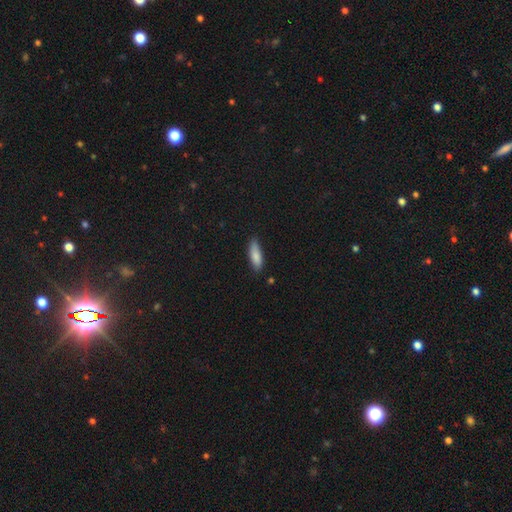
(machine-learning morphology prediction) Smooth or featured: smooth — 85% (featured or disk — 9%)
How rounded: in between — 51% (cigar-shaped — 47%)
Merging: none — 78% (minor disturbance — 17%)